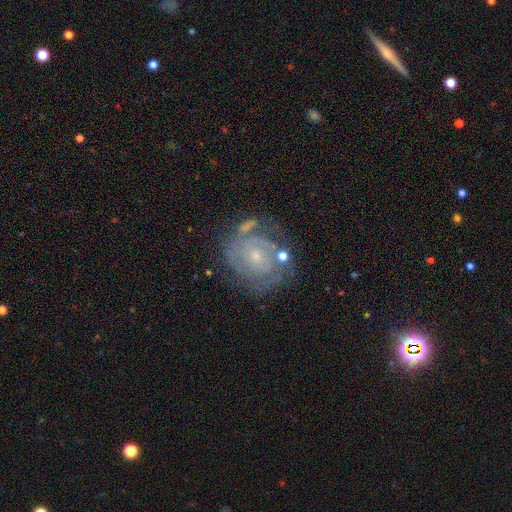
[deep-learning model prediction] Overall: featured or disk (81%). Edge-on disk: no (98%). Bar: no (72%). Spiral arms: yes (91%). Spiral arm count: can't tell (35%; 2 31%). Spiral winding: tight (72%). Bulge size: small (71%). Merging: none (67%).